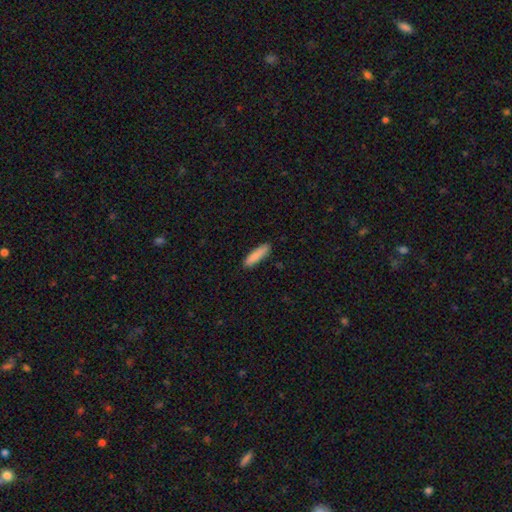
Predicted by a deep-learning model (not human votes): This is clearly a smooth galaxy (86%). How rounded: likely cigar-shaped (71%). Merging: clearly none (88%).